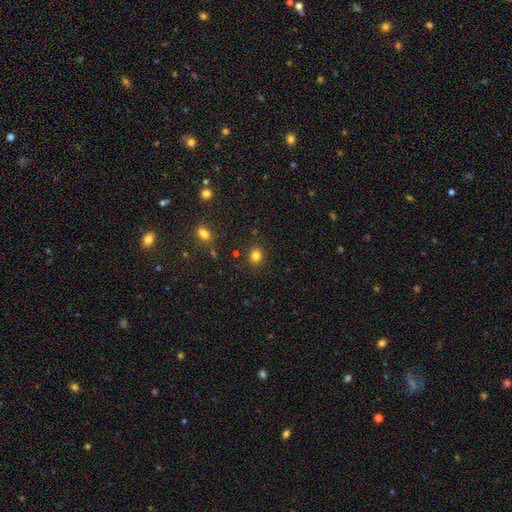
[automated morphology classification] This is clearly a smooth galaxy (82%). How rounded: likely round (64%). Merging: clearly none (86%).